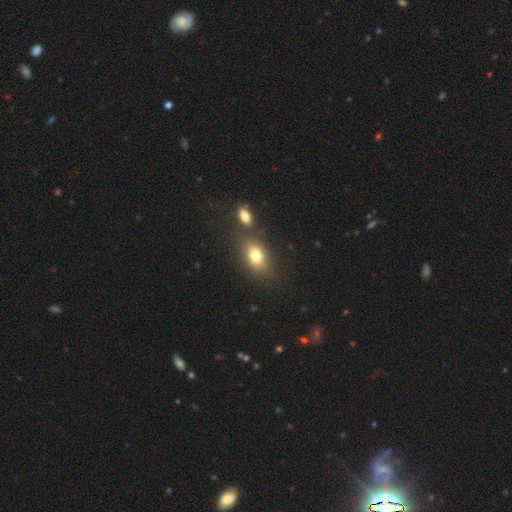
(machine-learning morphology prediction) smooth_or_featured: smooth (p=0.77) [alt: featured or disk p=0.13]
how_rounded: in between (p=0.80) [alt: round p=0.17]
merging: none (p=0.68) [alt: merger p=0.17]